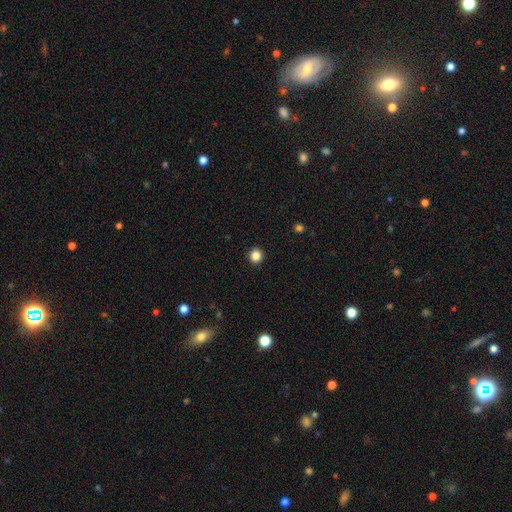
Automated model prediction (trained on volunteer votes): The model was most divided on "smooth or featured": smooth: 85%, star or artifact: 11%, featured or disk: 4%. More confident: how rounded — round (94%); merging — none (94%).